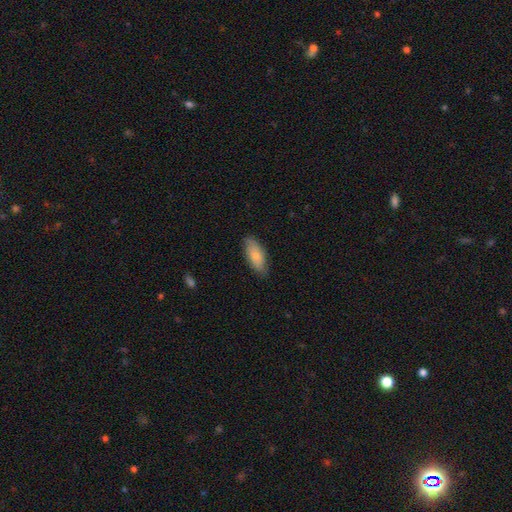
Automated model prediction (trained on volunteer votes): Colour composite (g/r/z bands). It shows a smooth galaxy with no disk features (79%) that is in between round and cigar-shaped (83%). Merging: none (79%).